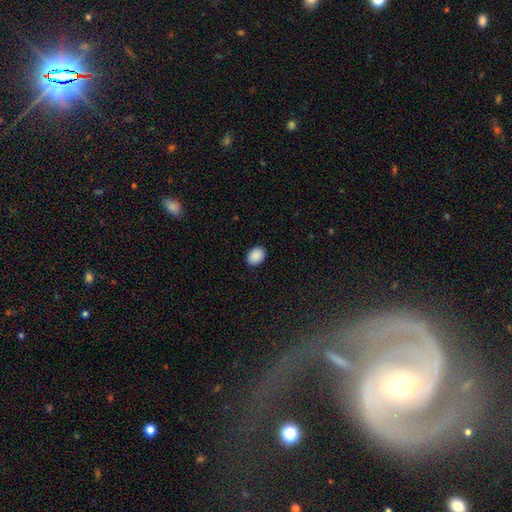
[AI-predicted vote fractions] Smooth or featured? Predicted: smooth (p=0.90). How rounded? Predicted: in between (p=0.68). Merging? Predicted: none (p=0.91).